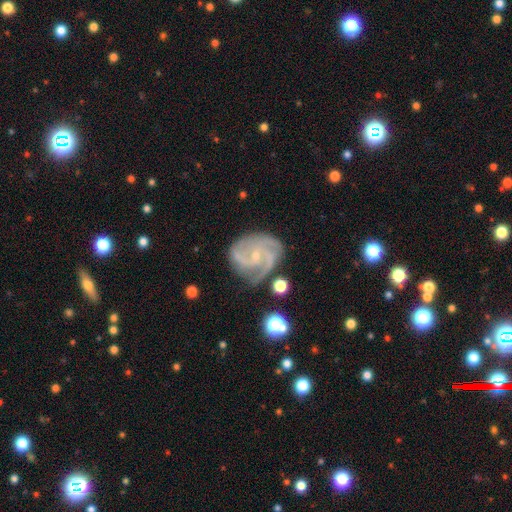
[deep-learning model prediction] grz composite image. It shows a featured or disk galaxy (89%) with no bar (63%), 3 (48%) medium (46%) spiral arms (98%) and a small central bulge (80%). Merging: none (68%).